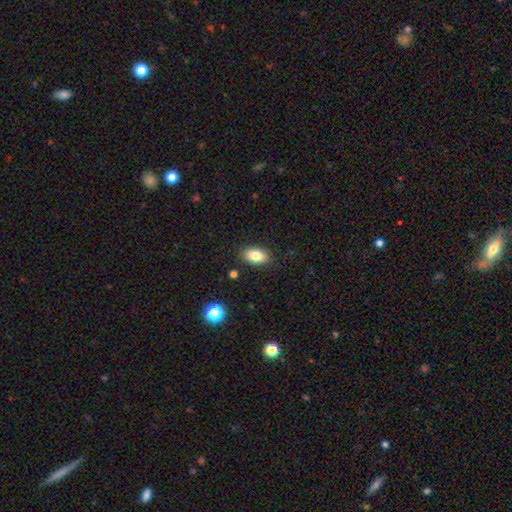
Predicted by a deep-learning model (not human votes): Smooth or featured? smooth (82%)
How rounded? in between (91%)
Merging? none (87%)